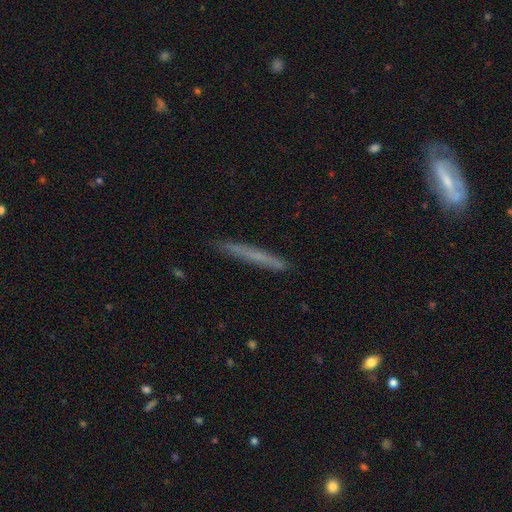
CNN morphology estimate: The model was most divided on "smooth or featured": smooth: 58%, featured or disk: 35%, star or artifact: 8%. More confident: how rounded — cigar-shaped (97%); merging — none (89%).